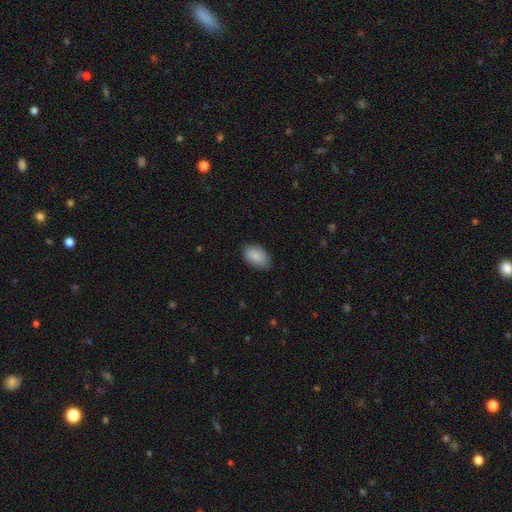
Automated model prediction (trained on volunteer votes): This is clearly a smooth galaxy (89%). How rounded: clearly in between (92%). Merging: clearly none (80%).